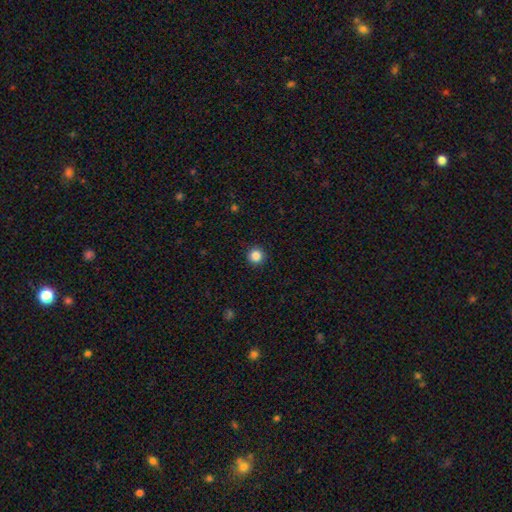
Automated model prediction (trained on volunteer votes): Overall: smooth (86%). How rounded: round (96%). Merging: none (93%).